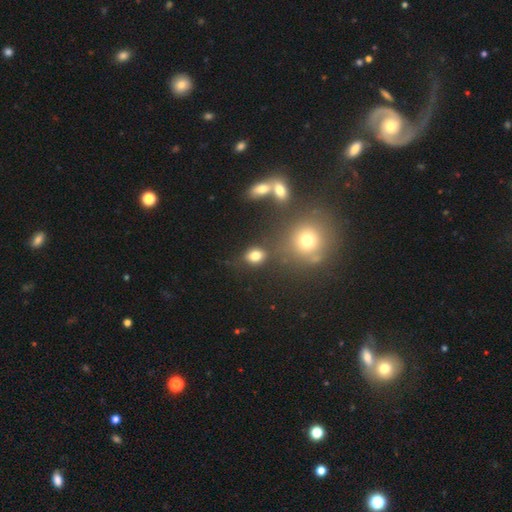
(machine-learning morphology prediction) Smooth or featured? Predicted: smooth (p=0.79). How rounded? Predicted: in between (p=0.53). Merging? Predicted: none (p=0.71).